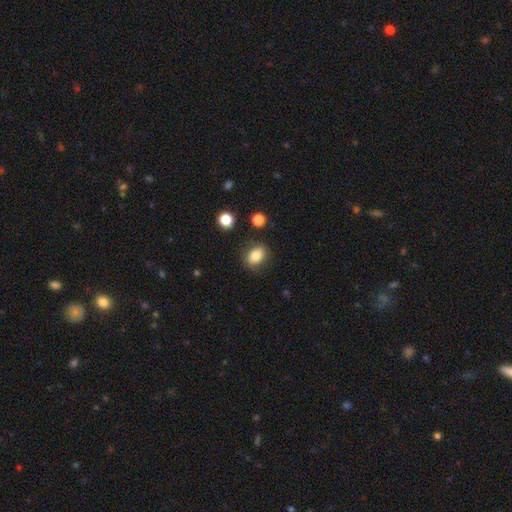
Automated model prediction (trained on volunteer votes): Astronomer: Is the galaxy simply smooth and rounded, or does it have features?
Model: smooth — 84%.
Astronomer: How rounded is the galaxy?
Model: in between — 63%.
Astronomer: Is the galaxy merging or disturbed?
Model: none — 82%.